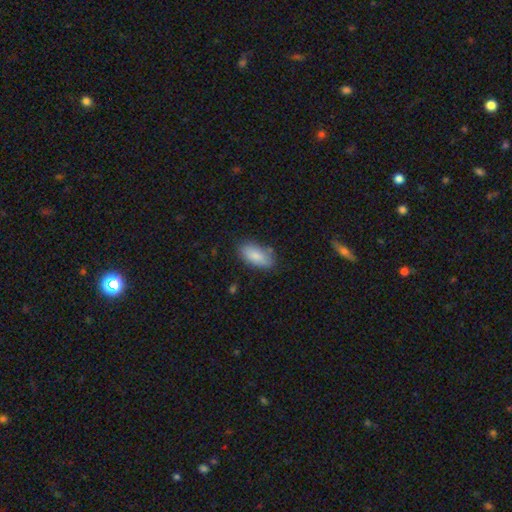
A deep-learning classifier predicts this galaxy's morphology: Smooth or featured? Predicted: smooth (p=0.85). How rounded? Predicted: in between (p=0.89). Merging? Predicted: none (p=0.79).